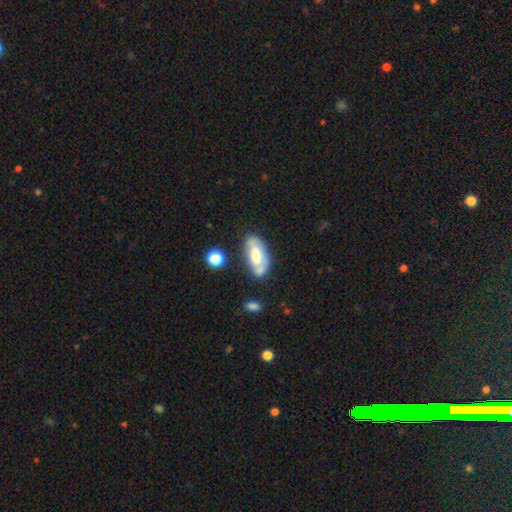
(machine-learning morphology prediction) type=featured or disk (53%); edge-on=no (88%); merging=none (63%).